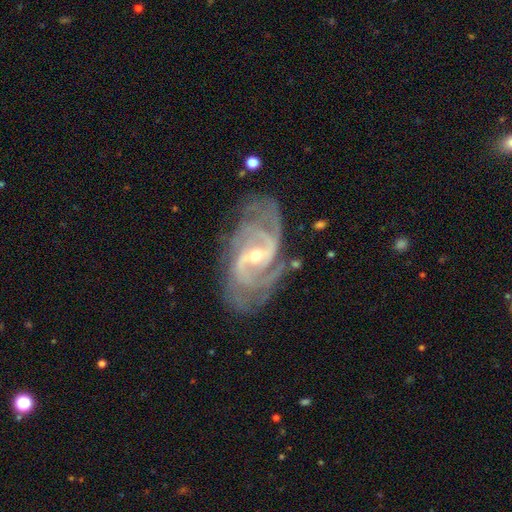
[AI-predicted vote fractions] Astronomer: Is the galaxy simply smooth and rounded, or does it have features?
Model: featured or disk — 91%.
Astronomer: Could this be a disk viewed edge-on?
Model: no — 97%.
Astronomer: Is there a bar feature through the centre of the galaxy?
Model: weak — 47% (runner-up: strong, 26%).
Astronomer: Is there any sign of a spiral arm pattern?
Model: yes — 98%.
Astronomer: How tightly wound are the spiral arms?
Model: tight — 45% (runner-up: medium, 44%).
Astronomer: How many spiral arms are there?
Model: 2 — 51%.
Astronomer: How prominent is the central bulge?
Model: small — 58% (runner-up: moderate, 39%).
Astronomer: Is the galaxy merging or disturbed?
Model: none — 71%.